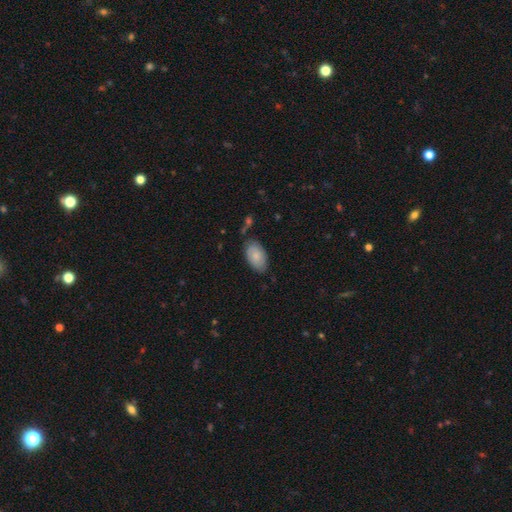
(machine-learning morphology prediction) Smooth or featured?
  - smooth: 73% *
  - featured or disk: 21%
  - star or artifact: 6%
How rounded?
  - in between: 94% *
  - round: 4%
  - cigar-shaped: 2%
Merging?
  - none: 72% *
  - minor disturbance: 20%
  - major disturbance: 4%
  - merger: 3%